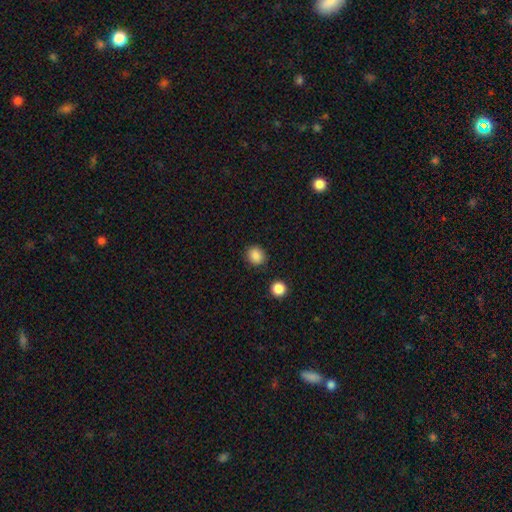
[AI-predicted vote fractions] The model was most divided on "how rounded": round: 80%, in between: 19%, cigar-shaped: 1%. More confident: smooth or featured — smooth (87%); merging — none (87%).